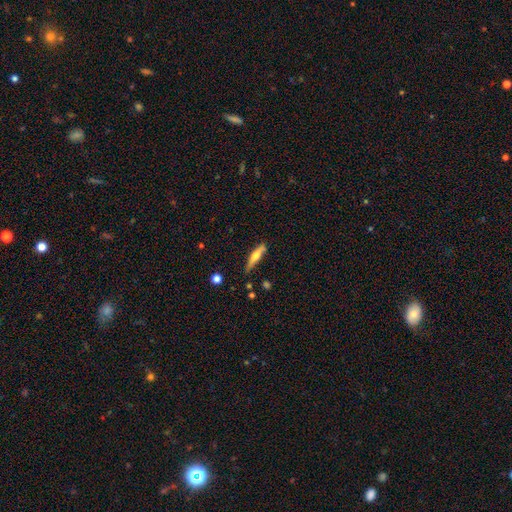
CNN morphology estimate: Overall: featured or disk (47%, tied with smooth). Merging: none (72%).